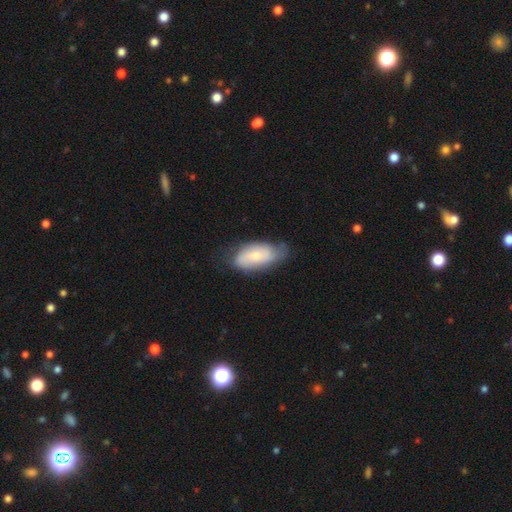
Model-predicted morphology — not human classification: Smooth or featured: smooth — 53% (featured or disk — 40%)
How rounded: in between — 91% (cigar-shaped — 6%)
Merging: none — 57% (minor disturbance — 32%)